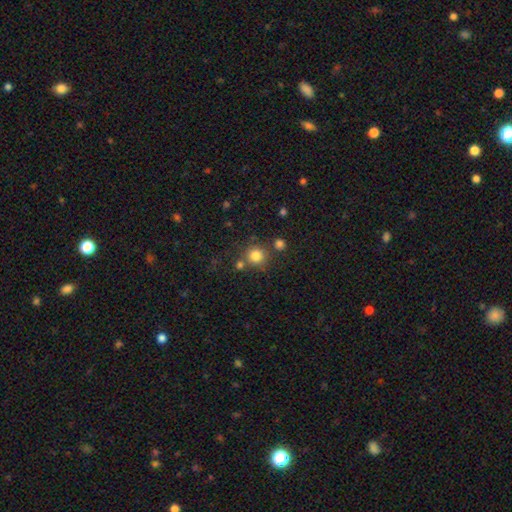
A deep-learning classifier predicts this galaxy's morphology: This appears to be a smooth galaxy with no disk features (81%) that is round (93%). Merging: none (74%).